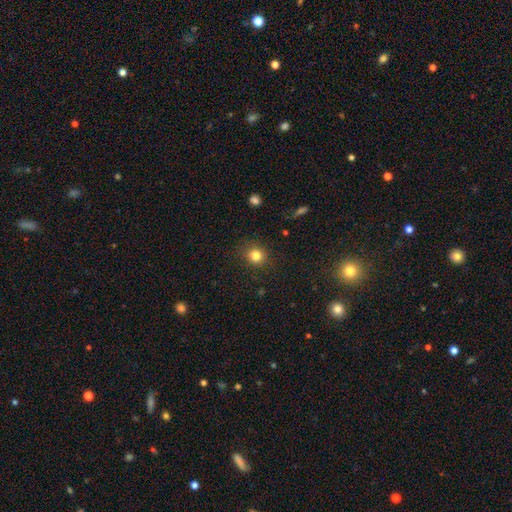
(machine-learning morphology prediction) This appears to be a smooth galaxy with no disk features (82%) that is round (77%). Merging: none (85%).